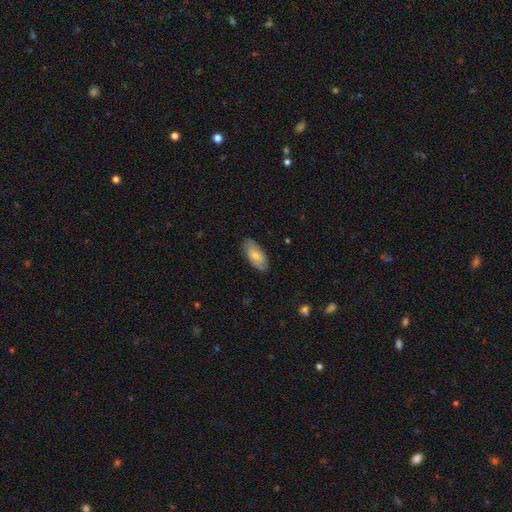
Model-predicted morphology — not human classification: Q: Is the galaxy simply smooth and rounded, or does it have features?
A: smooth — 67%.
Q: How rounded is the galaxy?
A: in between — 90%.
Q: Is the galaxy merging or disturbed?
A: none — 84%.